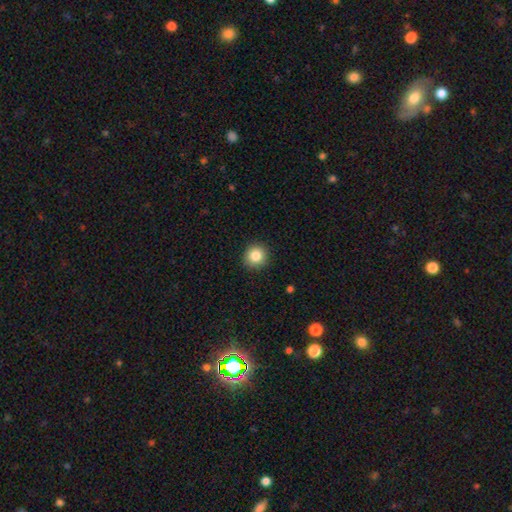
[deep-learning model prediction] This is clearly a smooth galaxy (84%). How rounded: clearly round (91%). Merging: clearly none (91%).